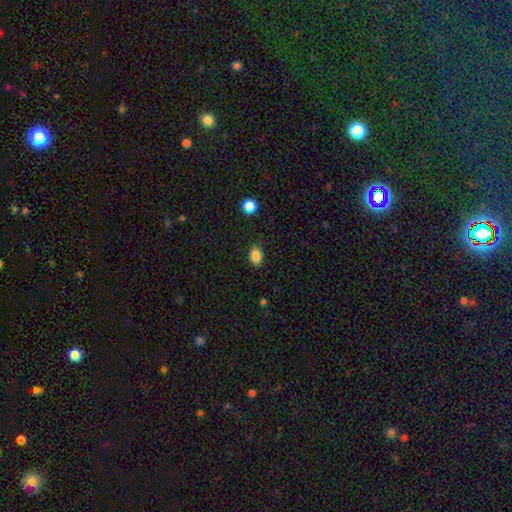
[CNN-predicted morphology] Q: Smooth or featured?
A: smooth (86%); runner-up: star or artifact (10%)
Q: How rounded?
A: in between (72%); runner-up: round (27%)
Q: Merging?
A: none (78%); runner-up: minor disturbance (17%)